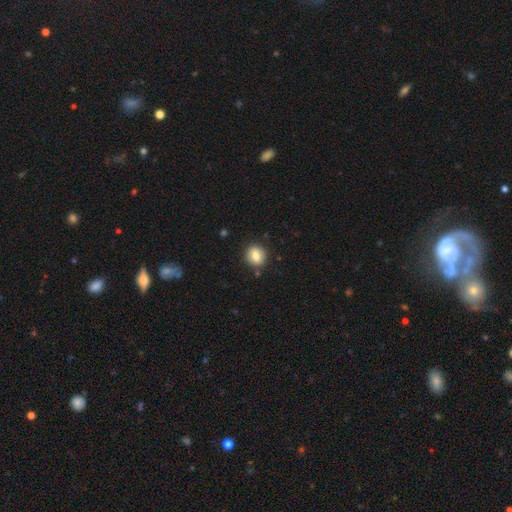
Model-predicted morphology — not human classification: Smooth or featured? smooth (74%)
How rounded? round (78%)
Merging? none (87%)